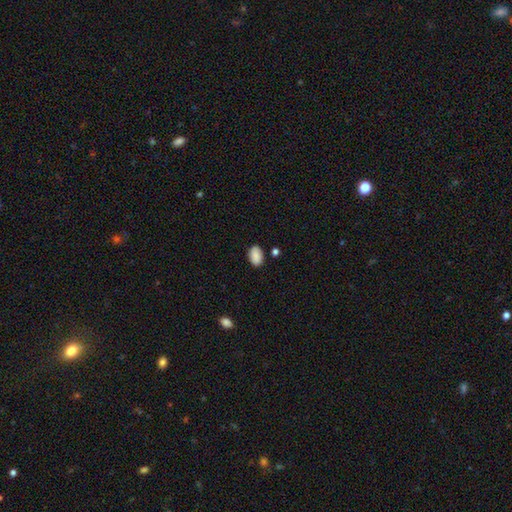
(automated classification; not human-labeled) Smooth or featured?
  - smooth: 89% *
  - star or artifact: 7%
  - featured or disk: 4%
How rounded?
  - in between: 90% *
  - round: 9%
  - cigar-shaped: 1%
Merging?
  - none: 82% *
  - minor disturbance: 12%
  - merger: 3%
  - major disturbance: 3%